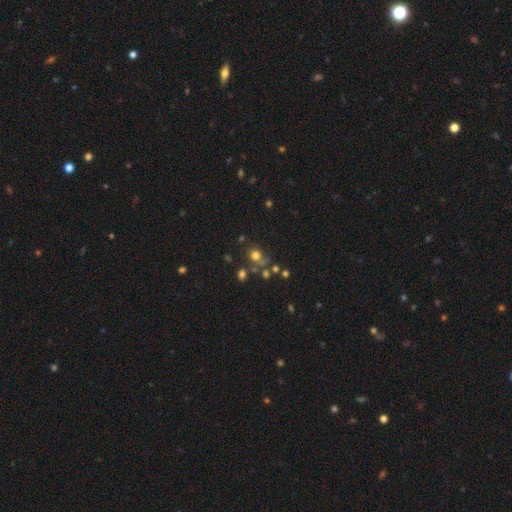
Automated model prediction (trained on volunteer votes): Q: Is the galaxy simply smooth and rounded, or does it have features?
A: smooth — 65%.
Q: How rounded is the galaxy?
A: round — 76%.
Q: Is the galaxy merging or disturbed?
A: none — 56%.